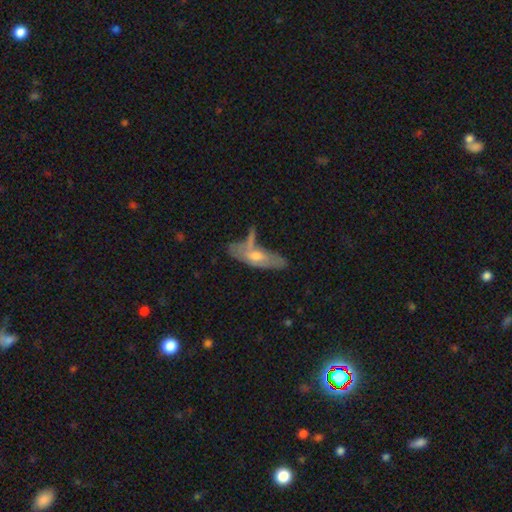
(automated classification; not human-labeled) A featured or disk galaxy (51%).

Vote fractions:
- Smooth or featured? featured or disk: 51% / smooth: 41% / star or artifact: 8%
- Edge-on disk? no: 60% / yes: 40%
- Merging? none: 44% / minor disturbance: 22% / merger: 21% / major disturbance: 13%